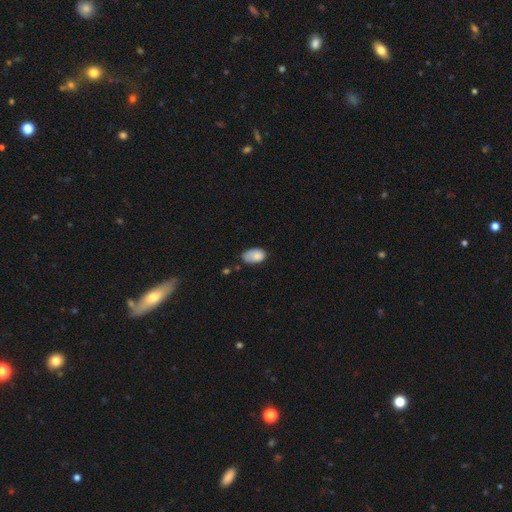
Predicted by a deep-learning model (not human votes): This appears to be a smooth galaxy with no disk features (82%) that is in between round and cigar-shaped (91%). Merging: none (48%).